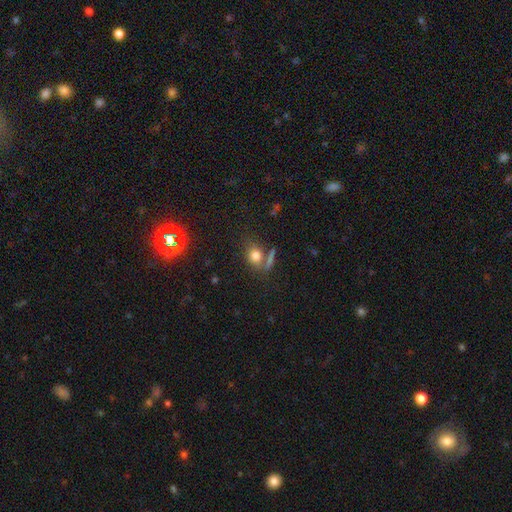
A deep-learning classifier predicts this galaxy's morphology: Smooth or featured?
  - smooth: 77% *
  - star or artifact: 13%
  - featured or disk: 11%
How rounded?
  - in between: 50% *
  - round: 46%
  - cigar-shaped: 4%
Merging?
  - none: 59% *
  - merger: 20%
  - minor disturbance: 14%
  - major disturbance: 7%